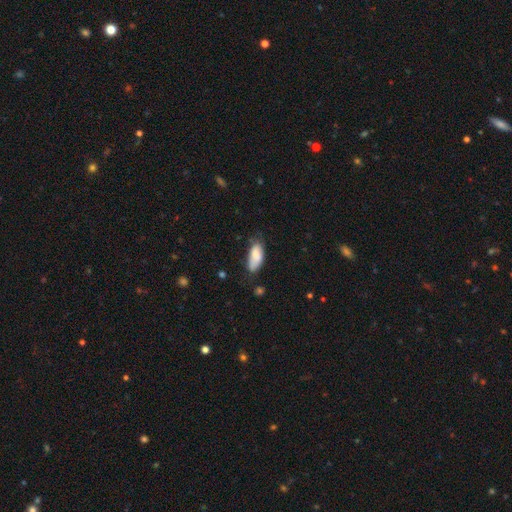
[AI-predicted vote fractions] Overall: smooth (82%). How rounded: in between (85%). Merging: none (51%; minor disturbance 36%).